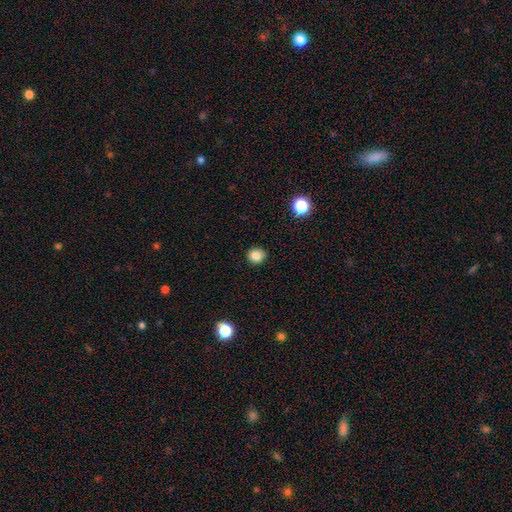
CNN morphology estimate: type=smooth (84%); roundness=round (84%); merging=none (89%).